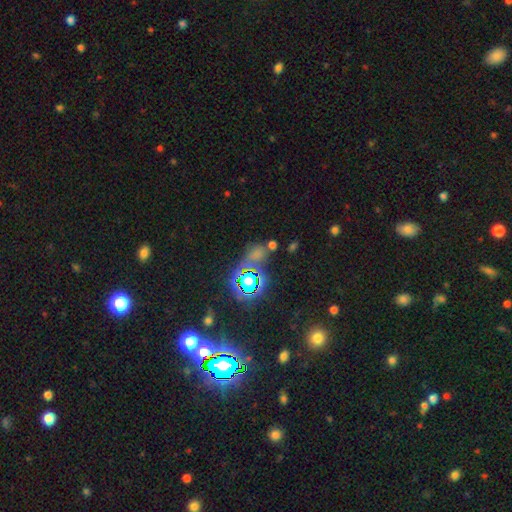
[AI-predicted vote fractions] A star or artifact, not a galaxy (55%).

Vote fractions:
- Smooth or featured? star or artifact: 55% / smooth: 36% / featured or disk: 9%